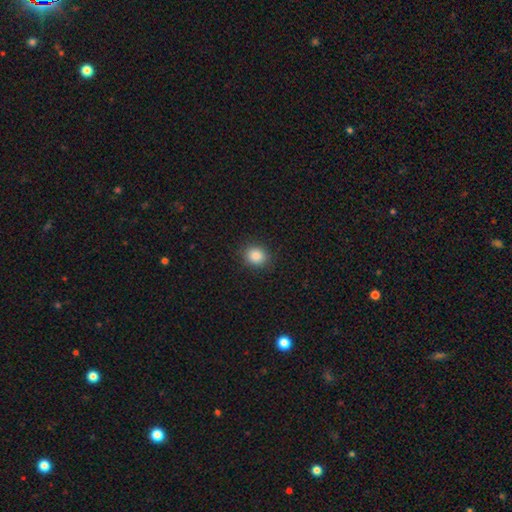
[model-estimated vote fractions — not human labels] The model was most divided on "how rounded": round: 77%, in between: 22%, cigar-shaped: 1%. More confident: merging — none (90%); smooth or featured — smooth (85%).